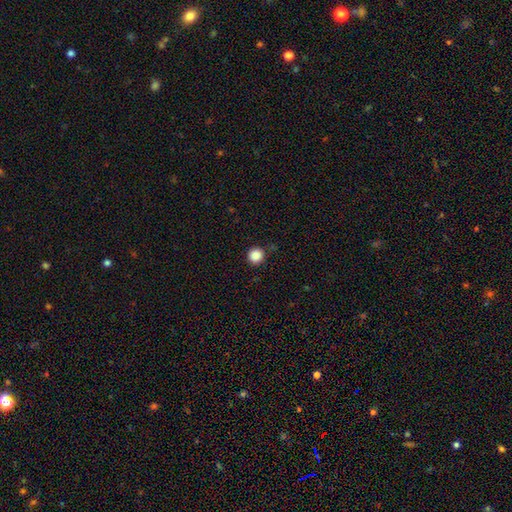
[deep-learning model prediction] smooth 87%, star or artifact 10%, featured or disk 3%. Down the decision tree: how rounded — round (95%); merging — none (89%).